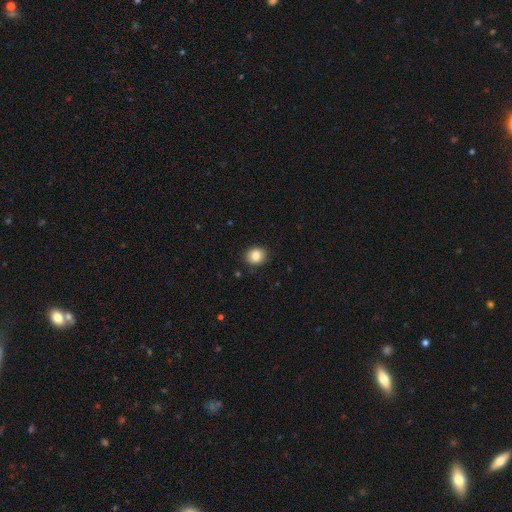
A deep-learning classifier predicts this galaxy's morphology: Smooth or featured: smooth — 86% (star or artifact — 9%)
How rounded: round — 70% (in between — 29%)
Merging: none — 89% (minor disturbance — 8%)